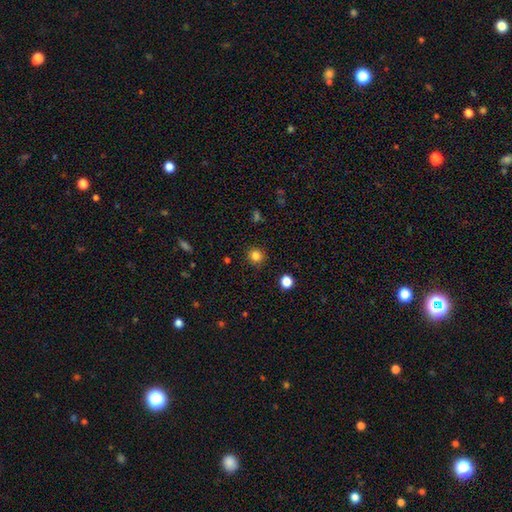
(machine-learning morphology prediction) This is clearly a smooth galaxy (82%). How rounded: clearly round (92%). Merging: clearly none (90%).